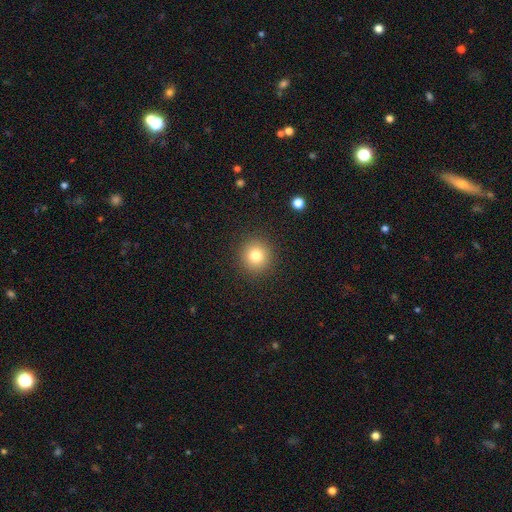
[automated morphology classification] smooth_or_featured: smooth (p=0.79) [alt: star or artifact p=0.12]
how_rounded: round (p=0.93) [alt: in between p=0.06]
merging: none (p=0.91) [alt: minor disturbance p=0.06]